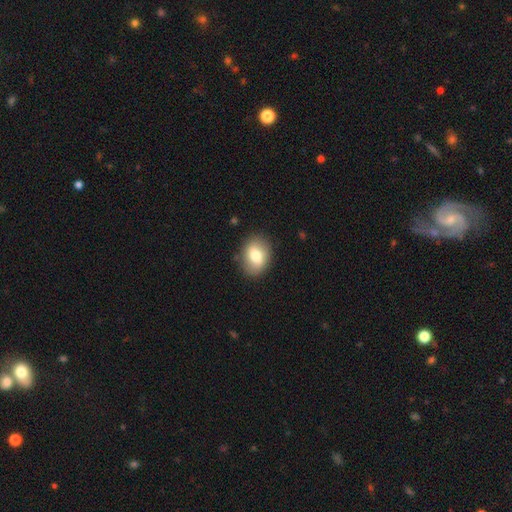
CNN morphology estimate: smooth 73%, featured or disk 20%, star or artifact 8%. Down the decision tree: how rounded — in between (66%); merging — none (85%).